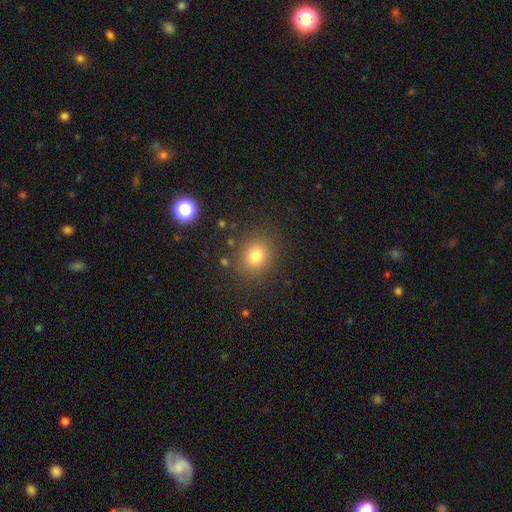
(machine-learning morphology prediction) smooth_or_featured: smooth (p=0.77) [alt: star or artifact p=0.15]
how_rounded: round (p=0.78) [alt: in between p=0.22]
merging: none (p=0.85) [alt: minor disturbance p=0.09]